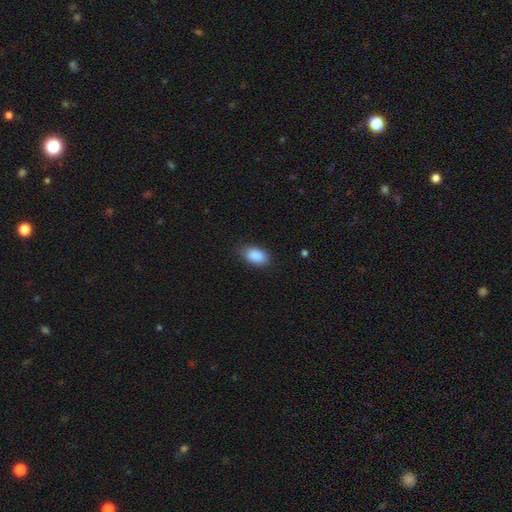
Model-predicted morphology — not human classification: smooth_or_featured: smooth (p=0.89) [alt: star or artifact p=0.07]
how_rounded: in between (p=0.90) [alt: round p=0.08]
merging: none (p=0.77) [alt: minor disturbance p=0.18]